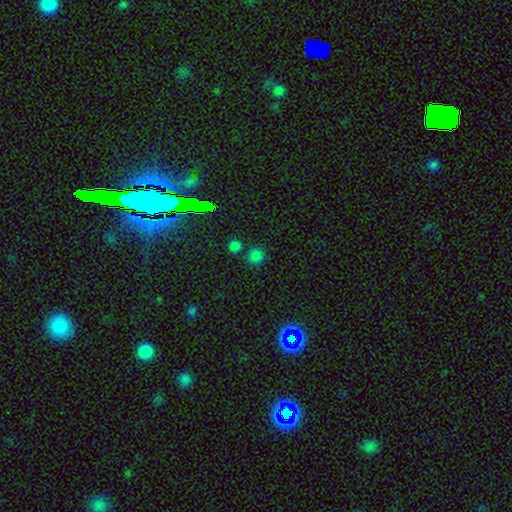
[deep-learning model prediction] smooth_or_featured: smooth (p=0.73) [alt: star or artifact p=0.23]
how_rounded: round (p=0.90) [alt: in between p=0.09]
merging: none (p=0.76) [alt: merger p=0.13]